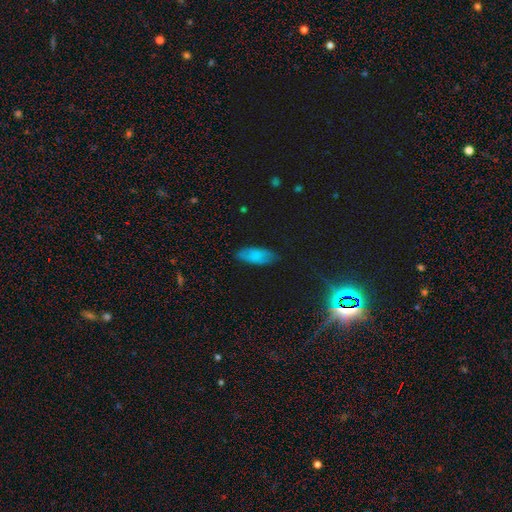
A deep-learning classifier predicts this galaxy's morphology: Smooth or featured? smooth (79%)
How rounded? in between (84%)
Merging? none (81%)